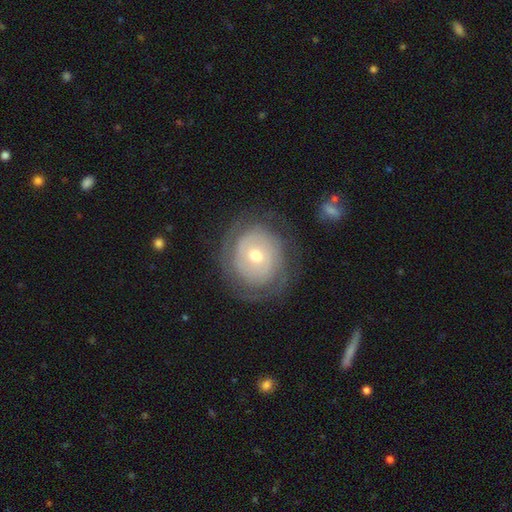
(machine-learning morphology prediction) featured or disk 65%, smooth 28%, star or artifact 7%. Down the decision tree: edge-on disk — no (97%); bar — no (79%); spiral arms — yes (67%); bulge size — moderate (55%); merging — none (73%).